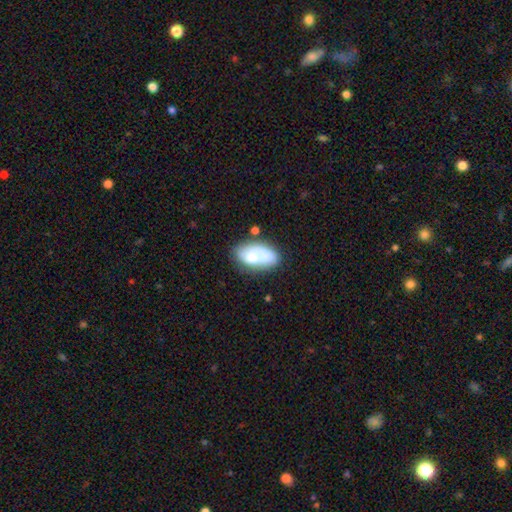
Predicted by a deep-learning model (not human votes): smooth-or-featured: smooth: 60% | featured or disk: 33% | star or artifact: 7%
  how-rounded: in between: 91% | round: 7% | cigar-shaped: 2%
  merging: none: 38% | merger: 30% | minor disturbance: 21% | major disturbance: 11%